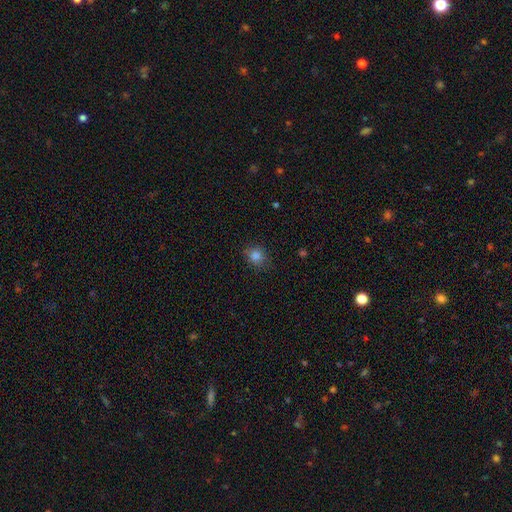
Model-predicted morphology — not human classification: Smooth or featured? Predicted: smooth (p=0.83). How rounded? Predicted: round (p=0.73). Merging? Predicted: none (p=0.79).